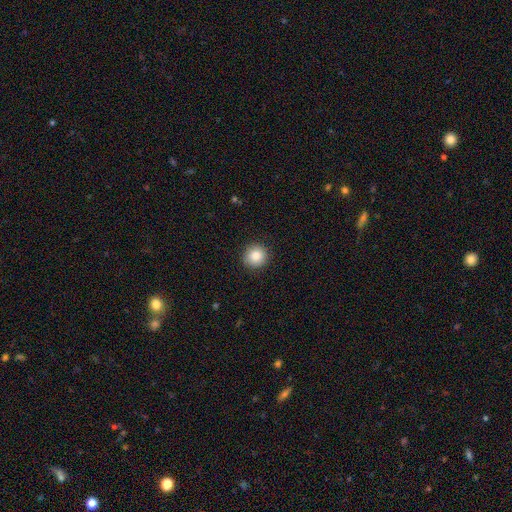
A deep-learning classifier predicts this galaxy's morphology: Overall: smooth (85%). How rounded: round (93%). Merging: none (91%).